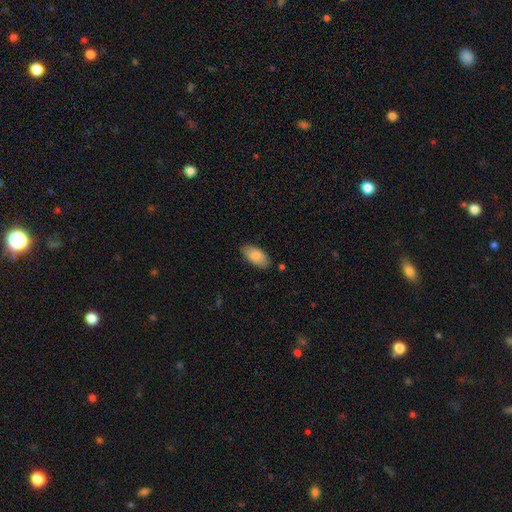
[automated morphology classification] Overall: smooth (82%). How rounded: in between (94%). Merging: none (80%).